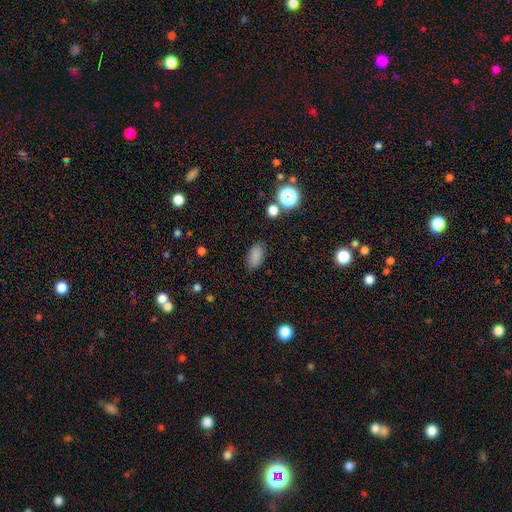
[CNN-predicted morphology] A smooth galaxy with no disk features (82%) that is in between round and cigar-shaped (90%).

Vote fractions:
- Smooth or featured? smooth: 82% / star or artifact: 12% / featured or disk: 6%
- How rounded? in between: 90% / round: 7% / cigar-shaped: 3%
- Merging? none: 82% / minor disturbance: 12% / major disturbance: 3% / merger: 2%